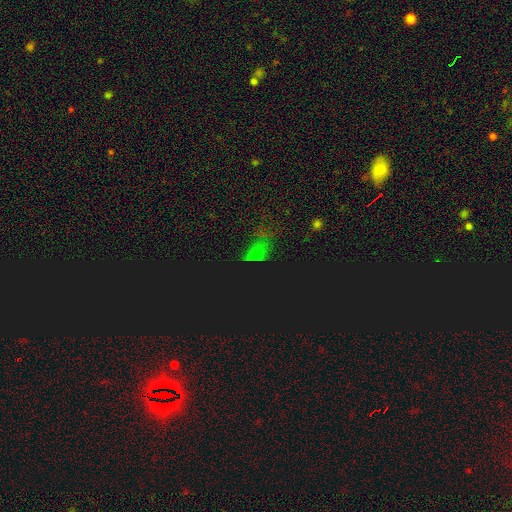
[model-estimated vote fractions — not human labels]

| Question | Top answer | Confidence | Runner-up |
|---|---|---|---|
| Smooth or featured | star or artifact | 59% | smooth (30%) |